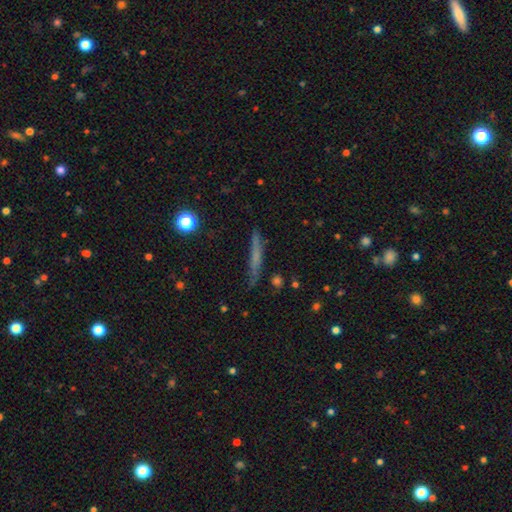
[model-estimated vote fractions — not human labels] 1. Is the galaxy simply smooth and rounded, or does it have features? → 51% smooth, 38% featured or disk, 11% star or artifact.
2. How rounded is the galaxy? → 92% cigar-shaped, 4% in between, 3% round.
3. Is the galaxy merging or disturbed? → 80% none, 14% minor disturbance, 4% major disturbance, 2% merger.